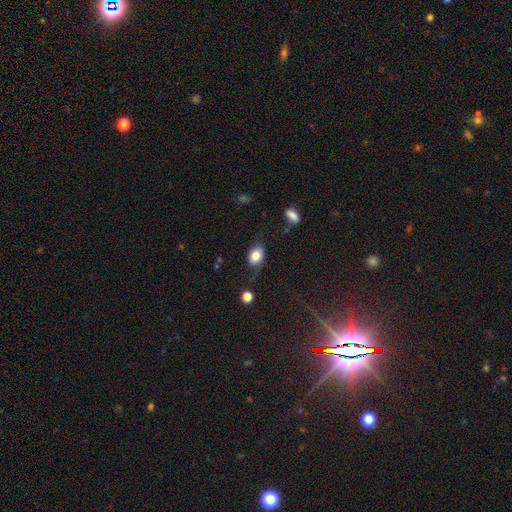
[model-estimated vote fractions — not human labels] smooth 79%, featured or disk 13%, star or artifact 9%. Down the decision tree: how rounded — in between (68%); merging — none (62%).